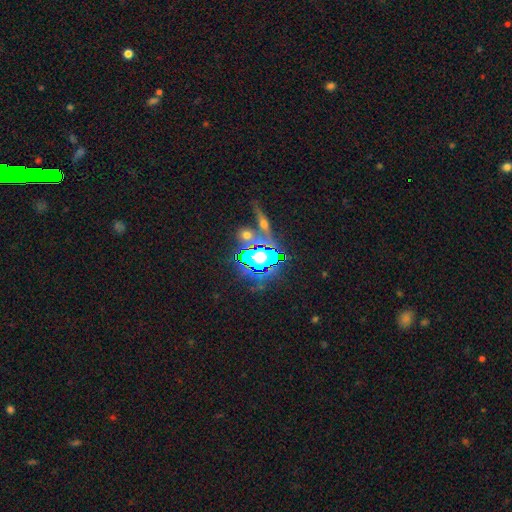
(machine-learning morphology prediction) This appears to be a star or artifact, not a galaxy (80%).